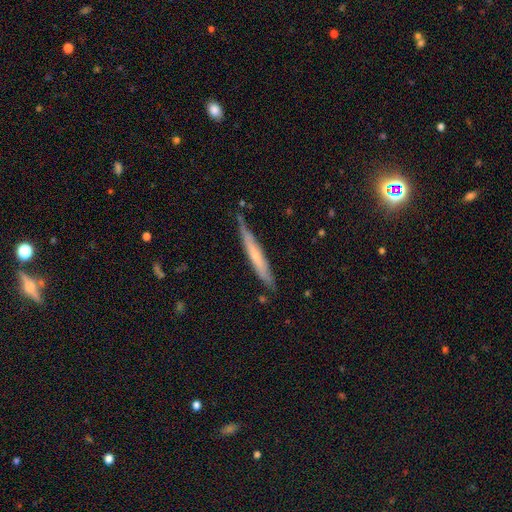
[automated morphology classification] featured or disk 49%, smooth 46%, star or artifact 6%. Down the decision tree: merging — none (77%).